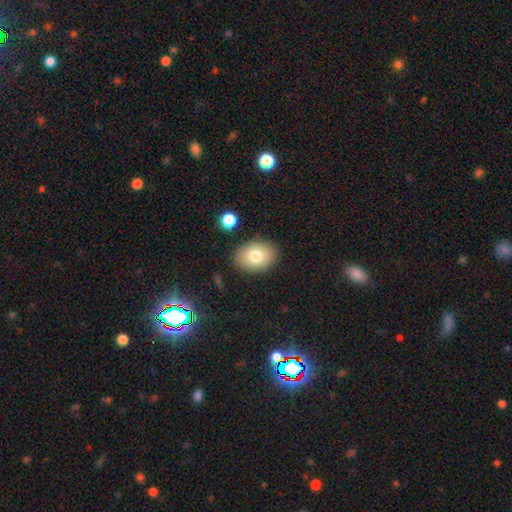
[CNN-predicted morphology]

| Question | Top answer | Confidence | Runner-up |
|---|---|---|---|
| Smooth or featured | smooth | 78% | featured or disk (14%) |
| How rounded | in between | 73% | round (27%) |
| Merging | none | 85% | minor disturbance (10%) |